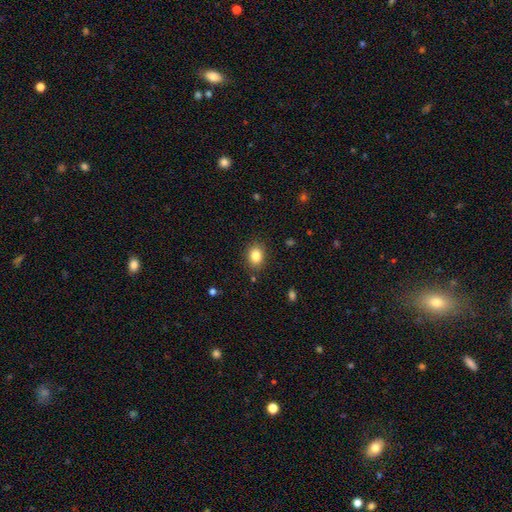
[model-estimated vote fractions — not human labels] Q: Smooth or featured?
A: smooth (84%); runner-up: star or artifact (10%)
Q: How rounded?
A: in between (60%); runner-up: round (39%)
Q: Merging?
A: none (85%); runner-up: minor disturbance (10%)